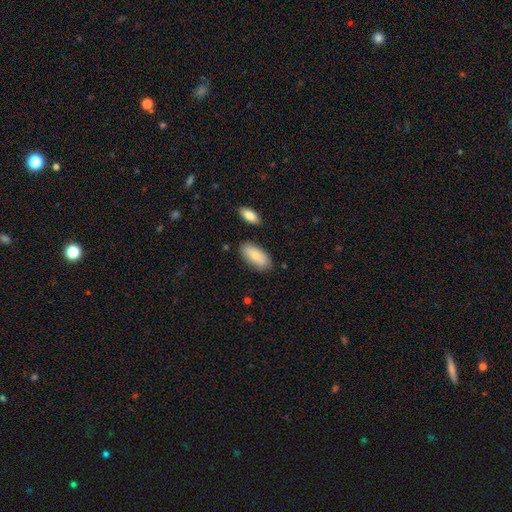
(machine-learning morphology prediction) smooth_or_featured: smooth (p=0.80) [alt: featured or disk p=0.14]
how_rounded: in between (p=0.90) [alt: cigar-shaped p=0.08]
merging: none (p=0.79) [alt: minor disturbance p=0.15]